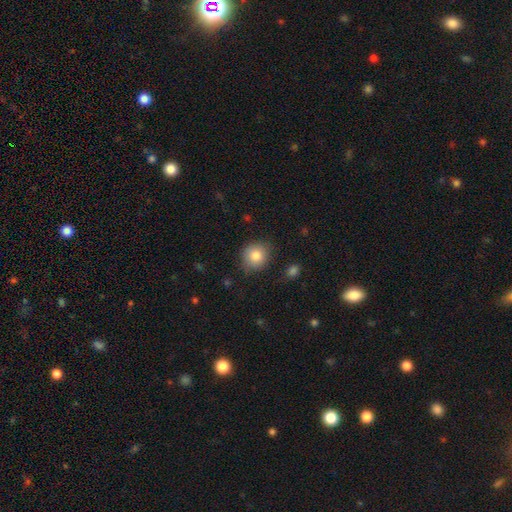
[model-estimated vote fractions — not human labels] Morphology: type=smooth (83%); roundness=round (83%); merging=none (78%).